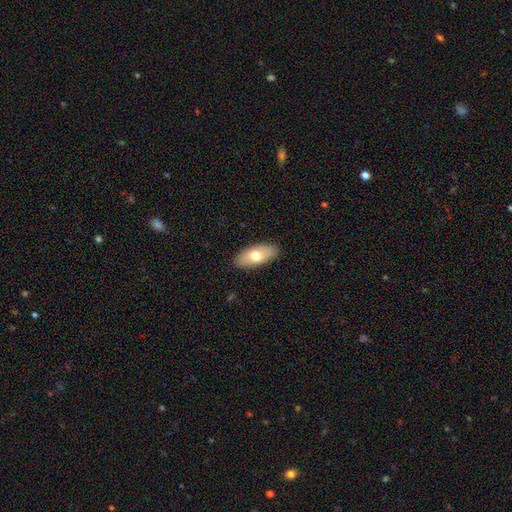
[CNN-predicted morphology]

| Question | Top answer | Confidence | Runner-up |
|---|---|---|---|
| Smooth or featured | smooth | 70% | featured or disk (24%) |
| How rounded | in between | 90% | cigar-shaped (7%) |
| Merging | none | 88% | minor disturbance (9%) |